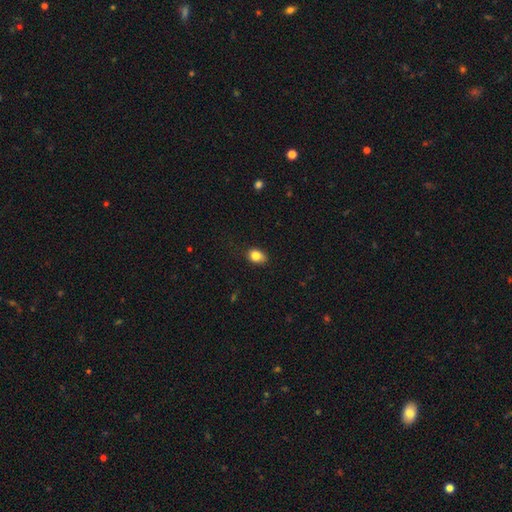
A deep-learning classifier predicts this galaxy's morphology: smooth-or-featured: smooth: 84% | star or artifact: 9% | featured or disk: 7%
  how-rounded: in between: 70% | round: 29% | cigar-shaped: 1%
  merging: none: 77% | minor disturbance: 18% | major disturbance: 3% | merger: 1%